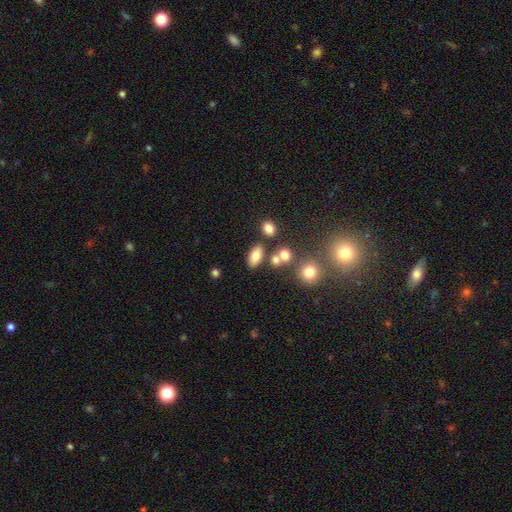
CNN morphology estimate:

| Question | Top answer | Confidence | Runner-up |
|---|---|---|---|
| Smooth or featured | smooth | 76% | featured or disk (13%) |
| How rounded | in between | 85% | round (9%) |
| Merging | none | 72% | merger (14%) |